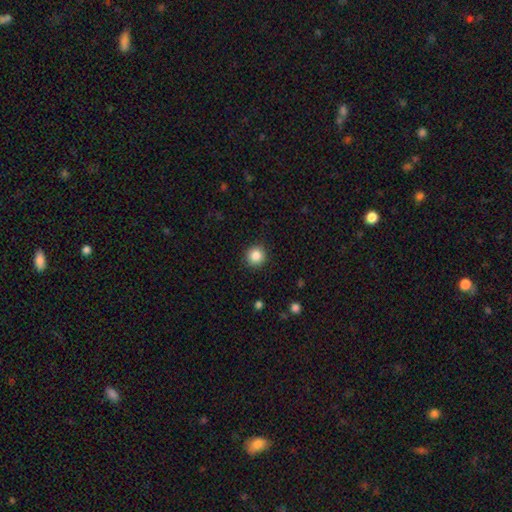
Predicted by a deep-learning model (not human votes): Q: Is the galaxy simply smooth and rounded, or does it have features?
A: smooth — 86%.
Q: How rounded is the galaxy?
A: round — 94%.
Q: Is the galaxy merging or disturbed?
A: none — 91%.